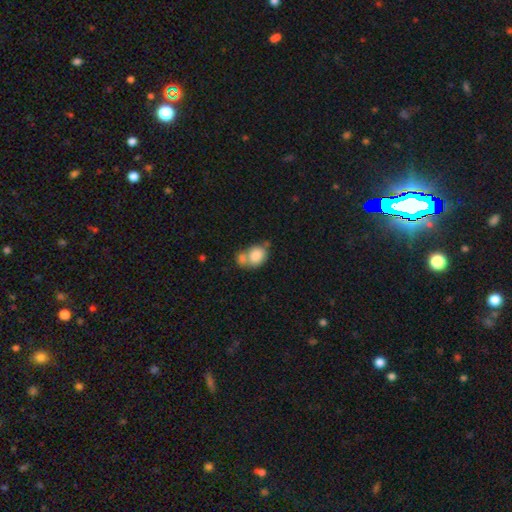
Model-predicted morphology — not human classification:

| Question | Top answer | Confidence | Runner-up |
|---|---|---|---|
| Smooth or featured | smooth | 80% | featured or disk (12%) |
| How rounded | round | 50% | in between (49%) |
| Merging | merger | 51% | none (32%) |